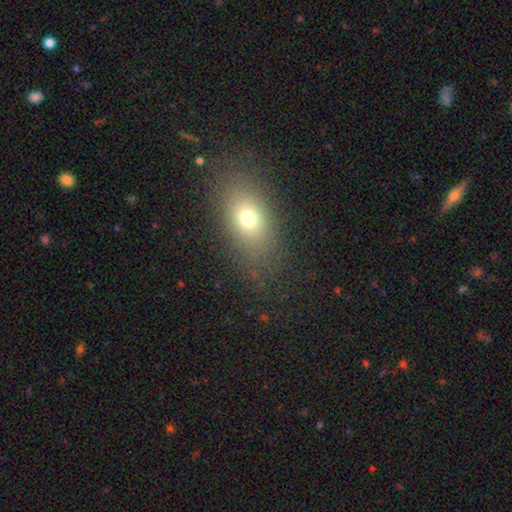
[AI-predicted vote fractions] Overall: smooth (68%). How rounded: in between (78%). Merging: none (84%).